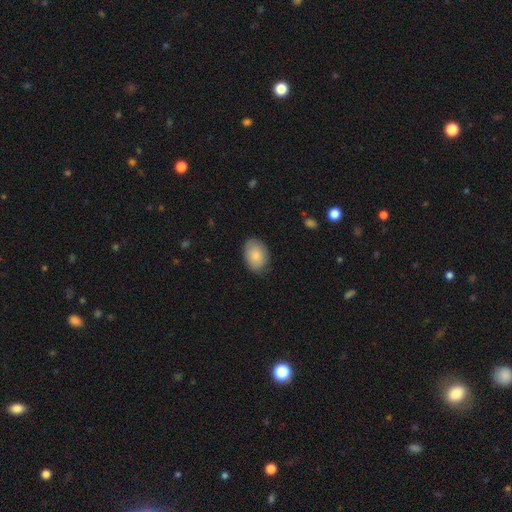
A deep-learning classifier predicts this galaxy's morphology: Smooth or featured?
  - smooth: 85% *
  - featured or disk: 8%
  - star or artifact: 6%
How rounded?
  - in between: 85% *
  - round: 14%
  - cigar-shaped: 1%
Merging?
  - none: 81% *
  - minor disturbance: 15%
  - major disturbance: 3%
  - merger: 1%